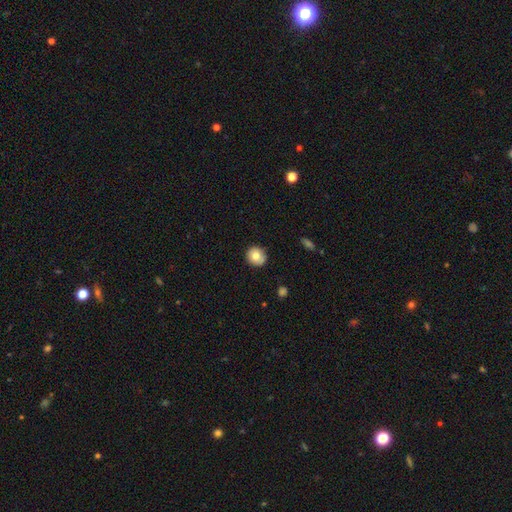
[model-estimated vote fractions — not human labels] Morphology: type=smooth (76%); roundness=round (88%); merging=none (82%).